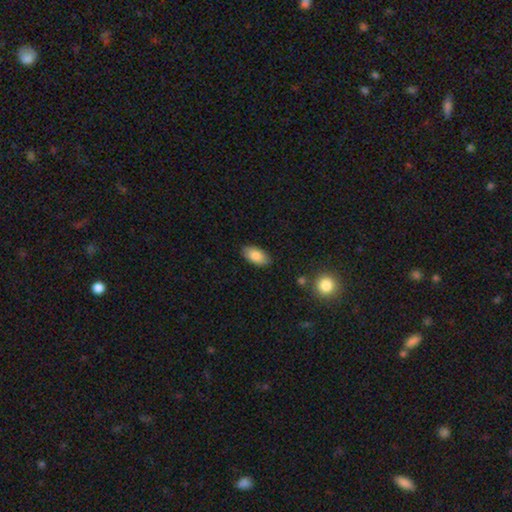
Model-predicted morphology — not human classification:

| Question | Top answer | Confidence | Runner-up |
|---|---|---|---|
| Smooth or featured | smooth | 84% | featured or disk (9%) |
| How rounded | in between | 93% | cigar-shaped (4%) |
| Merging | none | 86% | minor disturbance (10%) |